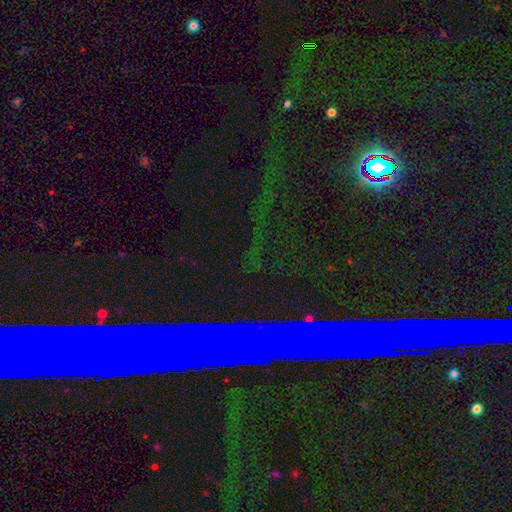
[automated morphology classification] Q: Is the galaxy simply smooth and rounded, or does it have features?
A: star or artifact — 72%.